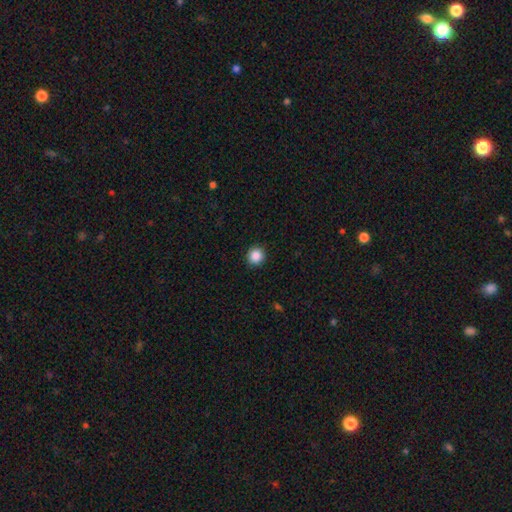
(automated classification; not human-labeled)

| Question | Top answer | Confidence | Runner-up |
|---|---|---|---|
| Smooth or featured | smooth | 88% | star or artifact (9%) |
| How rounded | round | 92% | in between (7%) |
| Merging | none | 91% | minor disturbance (6%) |